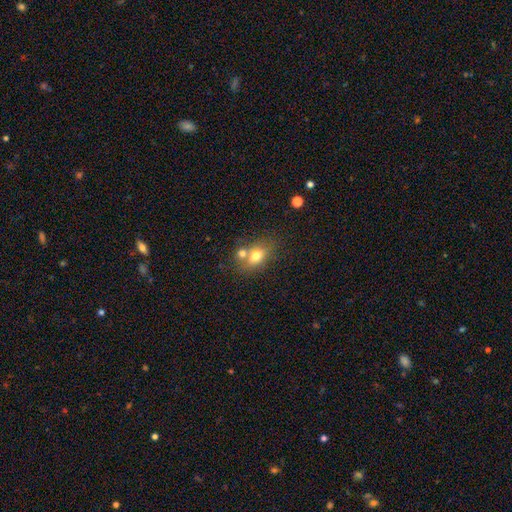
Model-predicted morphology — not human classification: Smooth or featured? smooth (73%)
How rounded? in between (67%)
Merging? none (45%)